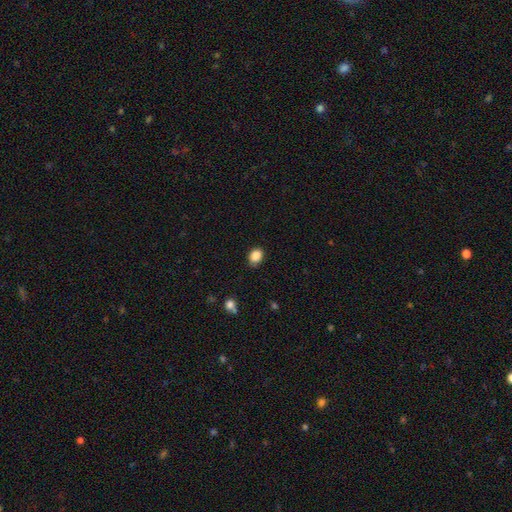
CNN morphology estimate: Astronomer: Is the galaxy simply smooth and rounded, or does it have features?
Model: smooth — 87%.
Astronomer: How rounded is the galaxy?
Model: in between — 54% (runner-up: round, 45%).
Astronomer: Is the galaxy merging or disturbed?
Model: none — 81%.